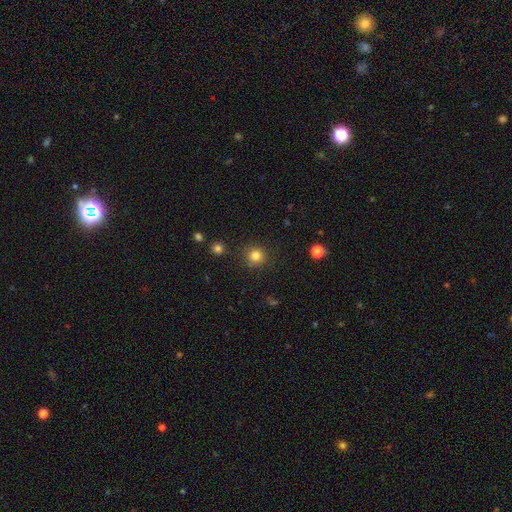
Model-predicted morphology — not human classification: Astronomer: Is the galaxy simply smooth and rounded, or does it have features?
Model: smooth — 82%.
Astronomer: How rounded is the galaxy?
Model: round — 93%.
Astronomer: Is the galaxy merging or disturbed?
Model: none — 88%.